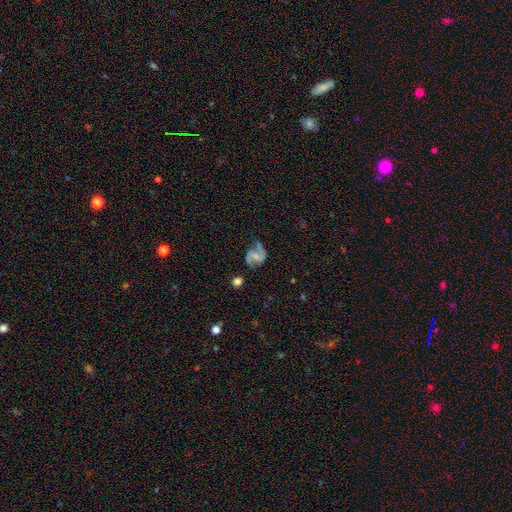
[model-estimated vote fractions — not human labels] The model was most divided on "bar": weak: 42%, no: 40%, strong: 18%. Remaining: edge-on disk — no (98%); spiral arms — yes (94%); spiral arm count — 2 (88%); smooth or featured — featured or disk (81%); merging — none (58%); bulge size — small (52%); spiral winding — medium (47%).